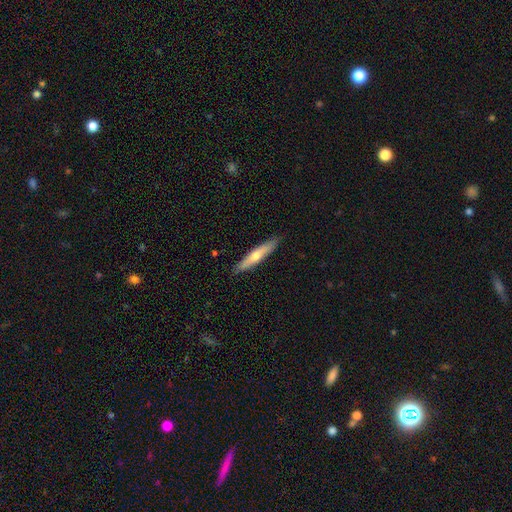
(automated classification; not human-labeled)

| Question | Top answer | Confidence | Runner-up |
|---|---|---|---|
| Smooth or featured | smooth | 51% | featured or disk (43%) |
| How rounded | cigar-shaped | 89% | in between (10%) |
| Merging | none | 89% | minor disturbance (8%) |